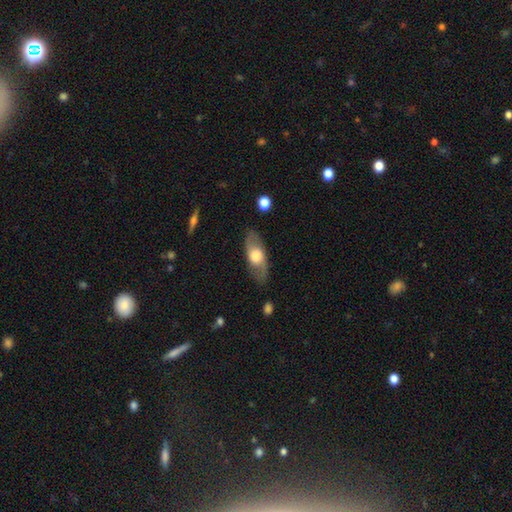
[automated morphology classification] Smooth or featured? Predicted: featured or disk (p=0.50). Merging? Predicted: none (p=0.81).